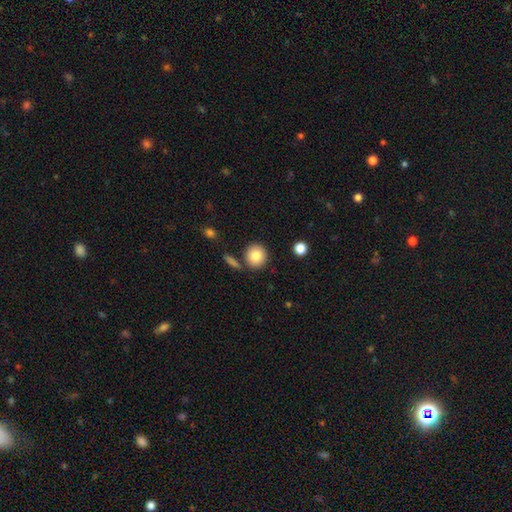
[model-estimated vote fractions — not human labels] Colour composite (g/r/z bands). It shows a smooth galaxy with no disk features (83%) that is round (87%). Merging: none (81%).